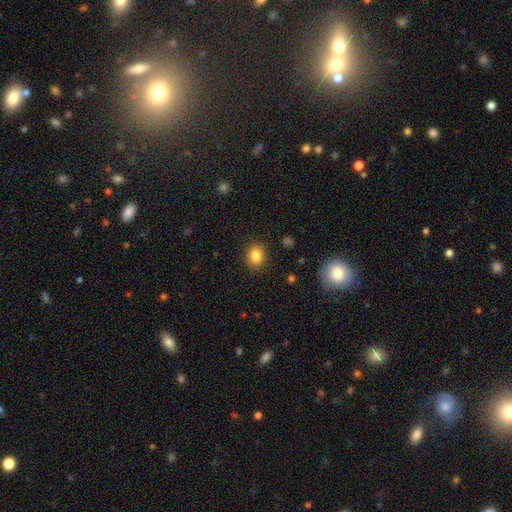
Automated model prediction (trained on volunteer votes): smooth_or_featured: smooth (p=0.84) [alt: star or artifact p=0.10]
how_rounded: round (p=0.64) [alt: in between p=0.35]
merging: none (p=0.87) [alt: minor disturbance p=0.09]